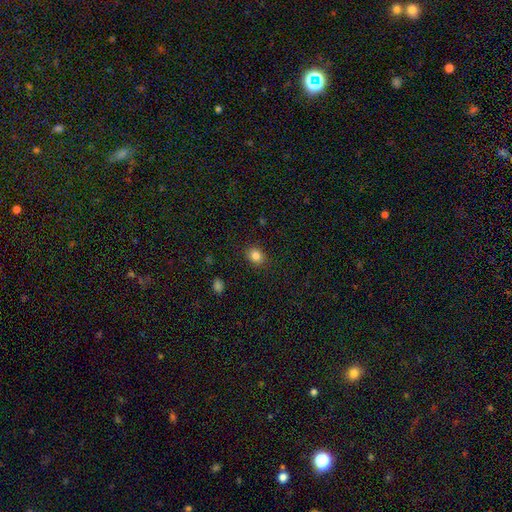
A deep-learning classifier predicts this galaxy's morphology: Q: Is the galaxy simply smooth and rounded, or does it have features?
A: smooth — 84%.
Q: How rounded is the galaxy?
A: round — 59%.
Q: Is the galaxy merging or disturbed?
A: none — 88%.